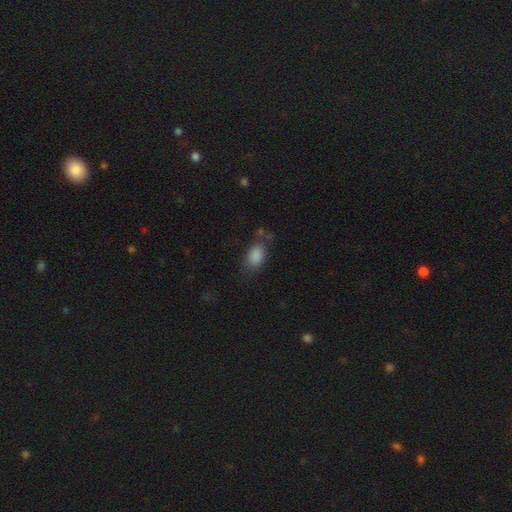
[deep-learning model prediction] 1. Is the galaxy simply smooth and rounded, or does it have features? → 85% smooth, 8% star or artifact, 6% featured or disk.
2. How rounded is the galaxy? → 86% in between, 12% round, 2% cigar-shaped.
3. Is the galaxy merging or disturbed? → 60% none, 23% minor disturbance, 11% major disturbance, 5% merger.